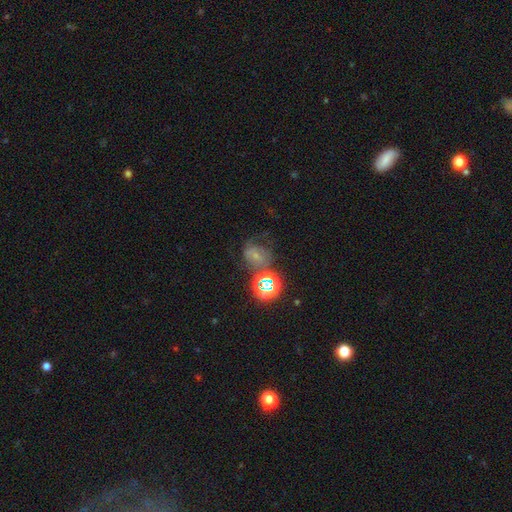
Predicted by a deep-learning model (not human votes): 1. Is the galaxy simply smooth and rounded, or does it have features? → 35% featured or disk, 34% smooth, 31% star or artifact.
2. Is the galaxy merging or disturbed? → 45% none, 22% minor disturbance, 20% major disturbance, 13% merger.